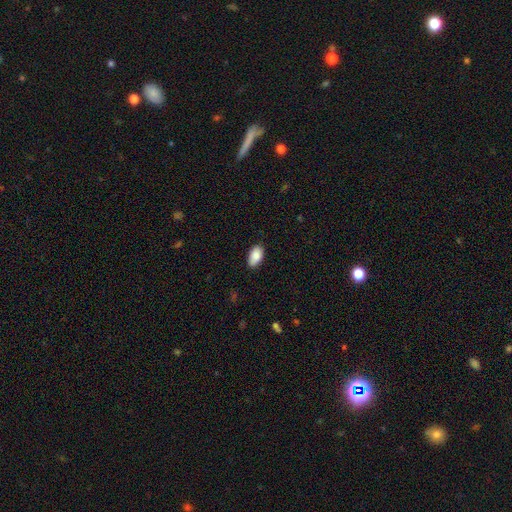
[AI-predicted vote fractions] A smooth galaxy with no disk features (86%) that is in between round and cigar-shaped (94%).

Vote fractions:
- Smooth or featured? smooth: 86% / featured or disk: 7% / star or artifact: 7%
- How rounded? in between: 94% / round: 4% / cigar-shaped: 2%
- Merging? none: 82% / minor disturbance: 15% / major disturbance: 2% / merger: 1%